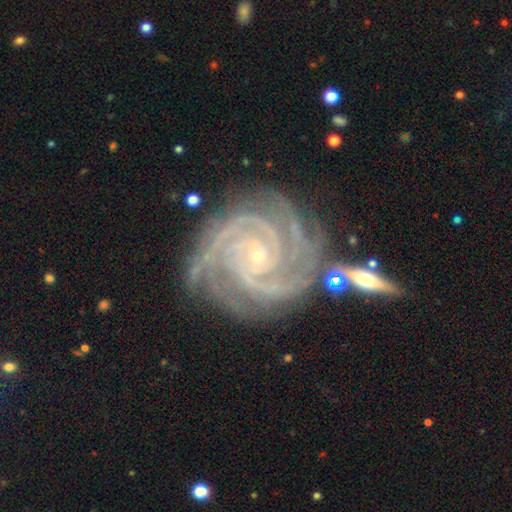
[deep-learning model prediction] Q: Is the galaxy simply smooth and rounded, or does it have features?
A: featured or disk — 93%.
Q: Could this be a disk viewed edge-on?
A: no — 98%.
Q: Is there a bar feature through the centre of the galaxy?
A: no — 68%.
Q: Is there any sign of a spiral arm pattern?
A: yes — 99%.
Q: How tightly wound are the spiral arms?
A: tight — 82%.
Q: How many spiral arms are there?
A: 4 — 31%.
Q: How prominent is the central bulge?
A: small — 88%.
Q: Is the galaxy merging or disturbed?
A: none — 70%.